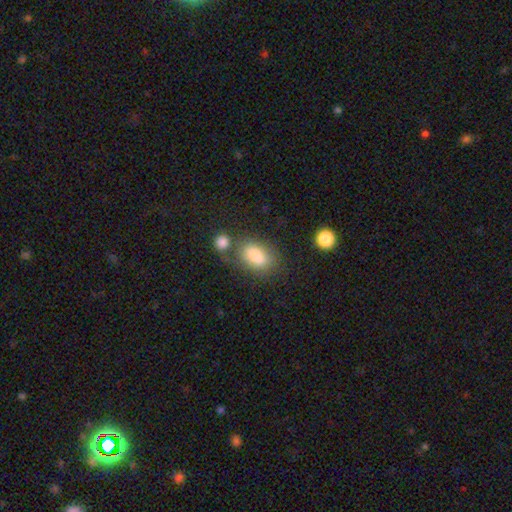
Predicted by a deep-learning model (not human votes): smooth-or-featured: smooth: 81% | featured or disk: 11% | star or artifact: 8%
  how-rounded: in between: 87% | round: 10% | cigar-shaped: 3%
  merging: none: 59% | merger: 18% | minor disturbance: 17% | major disturbance: 7%